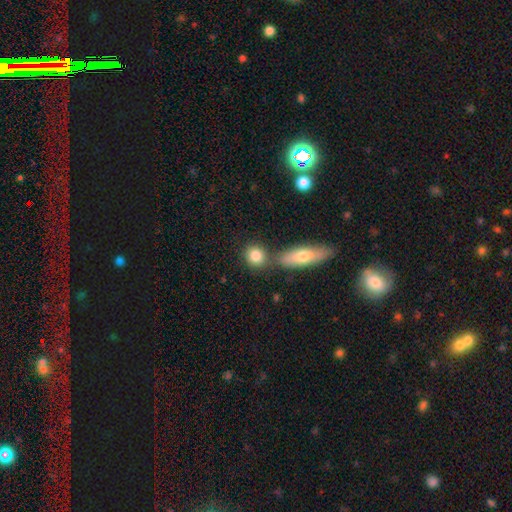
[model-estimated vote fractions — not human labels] smooth-or-featured: smooth: 83% | featured or disk: 9% | star or artifact: 8%
  how-rounded: round: 74% | in between: 21% | cigar-shaped: 5%
  merging: none: 61% | merger: 26% | minor disturbance: 10% | major disturbance: 3%